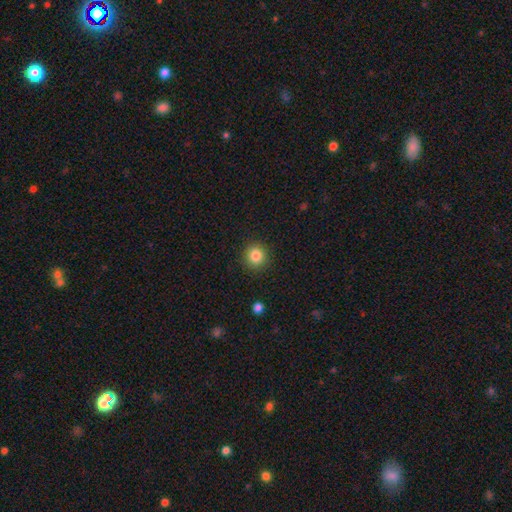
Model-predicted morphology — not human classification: smooth_or_featured: smooth (p=0.84) [alt: star or artifact p=0.11]
how_rounded: round (p=0.92) [alt: in between p=0.07]
merging: none (p=0.91) [alt: minor disturbance p=0.06]